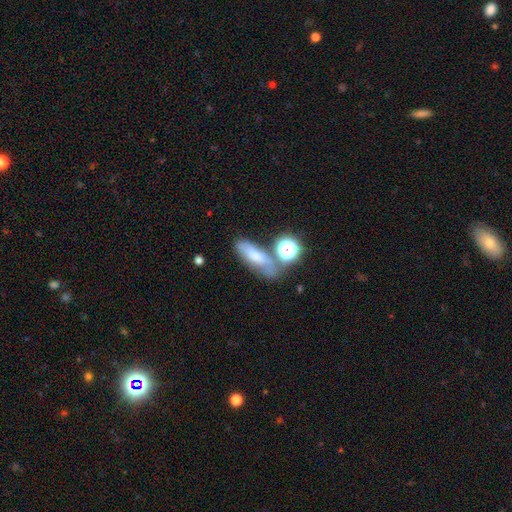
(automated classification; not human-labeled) smooth-or-featured: smooth: 60% | featured or disk: 24% | star or artifact: 16%
  how-rounded: in between: 56% | cigar-shaped: 30% | round: 14%
  merging: none: 49% | merger: 20% | minor disturbance: 20% | major disturbance: 11%